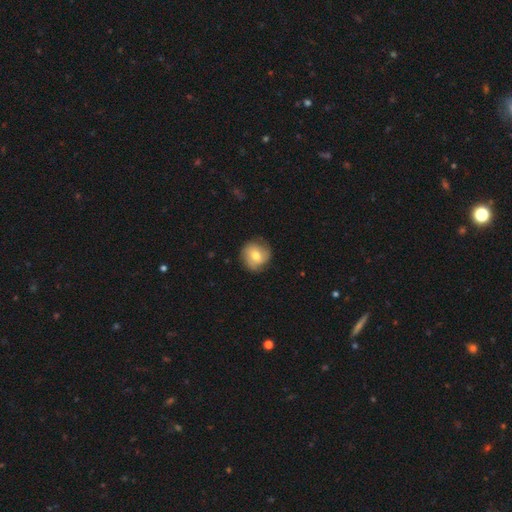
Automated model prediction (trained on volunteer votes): This appears to be a smooth galaxy with no disk features (58%) that is round (86%). Merging: none (76%).